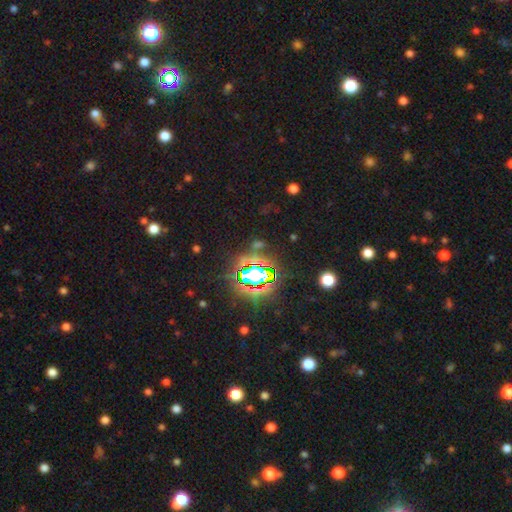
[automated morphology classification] Overall: star or artifact (82%).